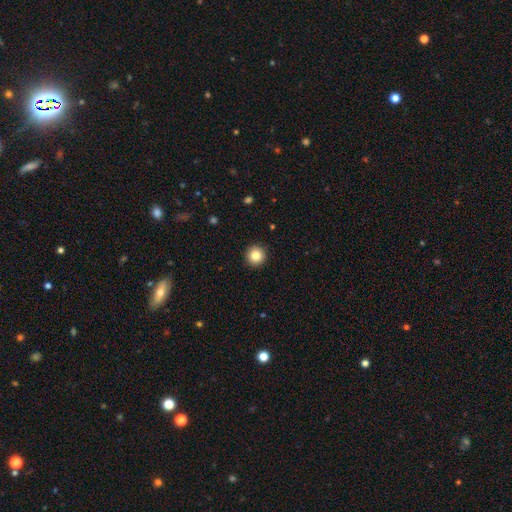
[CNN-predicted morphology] Smooth or featured? smooth (84%)
How rounded? round (96%)
Merging? none (93%)